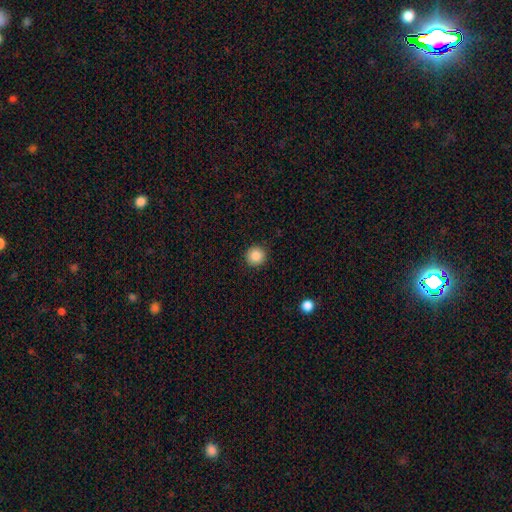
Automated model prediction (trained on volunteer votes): Smooth or featured? smooth (88%)
How rounded? round (94%)
Merging? none (92%)